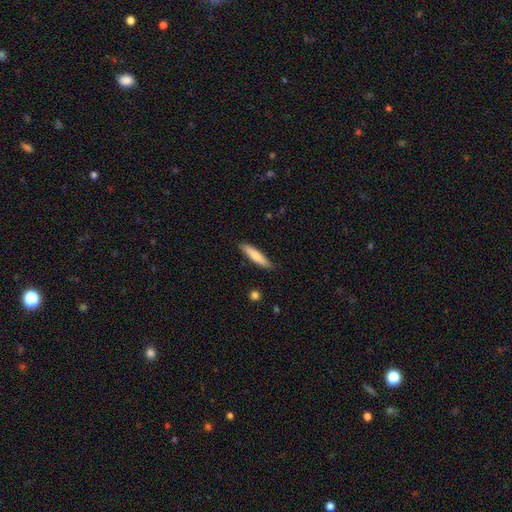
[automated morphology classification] This appears to be a smooth galaxy with no disk features (73%) that is cigar-shaped (85%). Merging: none (86%).